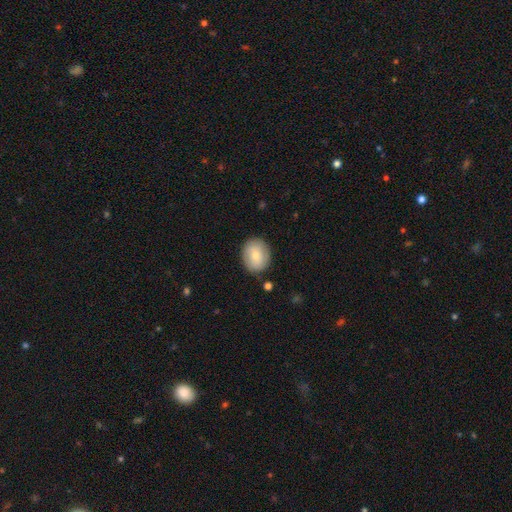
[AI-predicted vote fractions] The model was most divided on "how rounded": round: 57%, in between: 42%, cigar-shaped: 1%. More confident: merging — none (83%); smooth or featured — smooth (74%).